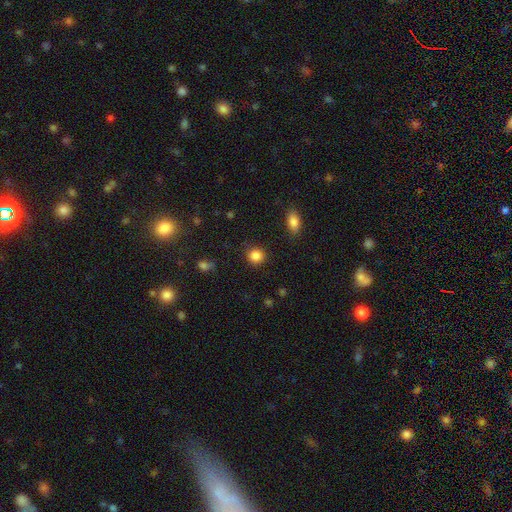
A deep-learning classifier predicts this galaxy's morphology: Smooth or featured? Predicted: smooth (p=0.86). How rounded? Predicted: round (p=0.86). Merging? Predicted: none (p=0.86).